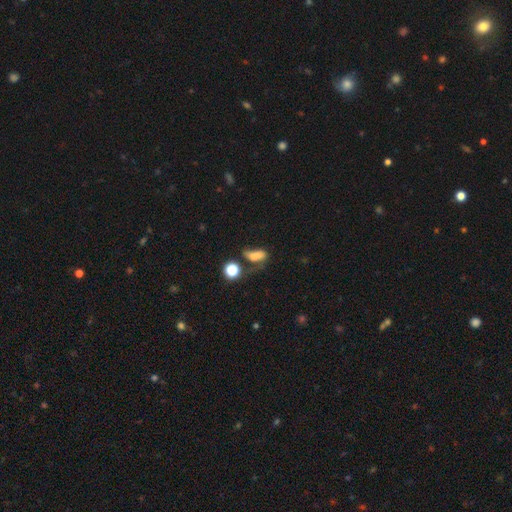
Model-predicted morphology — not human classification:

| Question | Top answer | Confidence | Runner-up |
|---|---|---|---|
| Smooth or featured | smooth | 62% | featured or disk (21%) |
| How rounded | in between | 69% | round (16%) |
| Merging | merger | 28% | none (27%) |